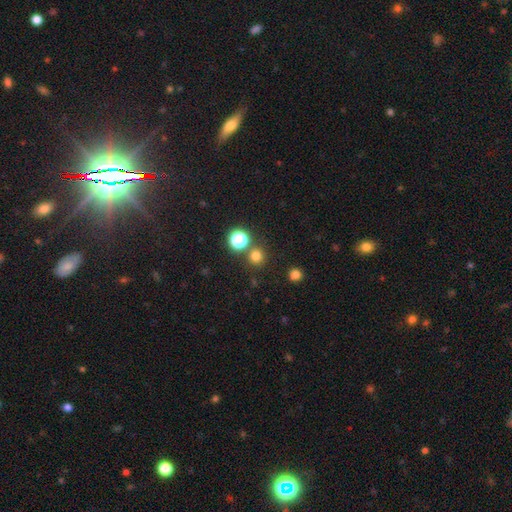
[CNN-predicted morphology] Q: Smooth or featured?
A: smooth (74%); runner-up: star or artifact (21%)
Q: How rounded?
A: round (93%); runner-up: in between (6%)
Q: Merging?
A: none (81%); runner-up: merger (10%)